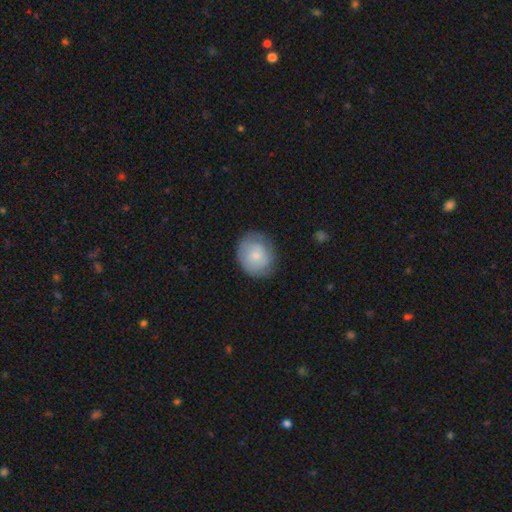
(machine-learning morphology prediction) Smooth or featured? smooth (69%)
How rounded? round (68%)
Merging? none (74%)